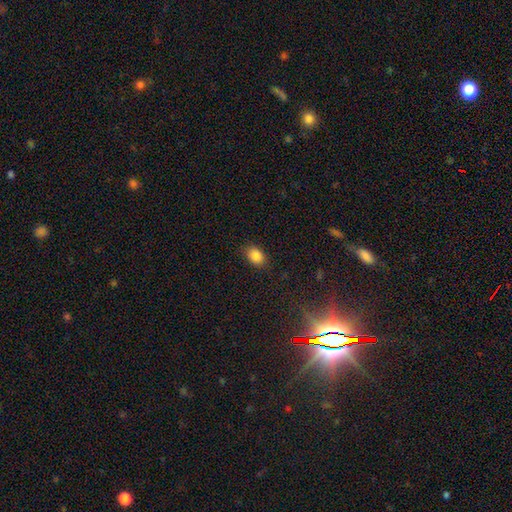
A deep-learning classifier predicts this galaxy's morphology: Smooth or featured?
  - smooth: 86% *
  - star or artifact: 9%
  - featured or disk: 5%
How rounded?
  - in between: 74% *
  - round: 25%
  - cigar-shaped: 1%
Merging?
  - none: 85% *
  - minor disturbance: 11%
  - major disturbance: 3%
  - merger: 1%